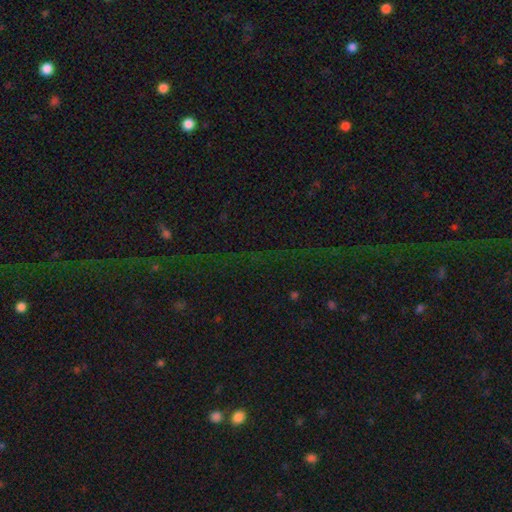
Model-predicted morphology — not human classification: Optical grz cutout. It shows a star or artifact, not a galaxy (72%).